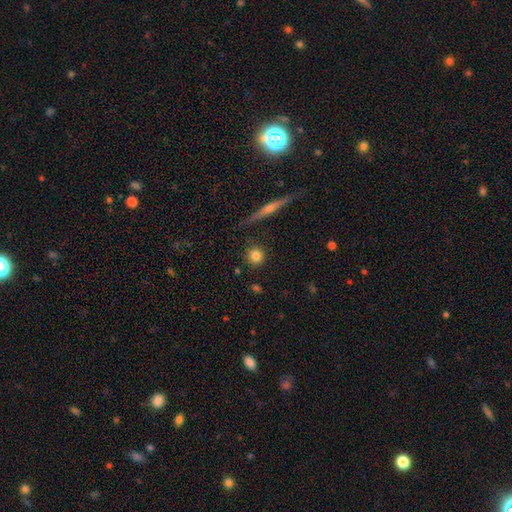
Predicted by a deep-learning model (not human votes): This is clearly a smooth galaxy (82%). How rounded: clearly round (92%). Merging: clearly none (88%).